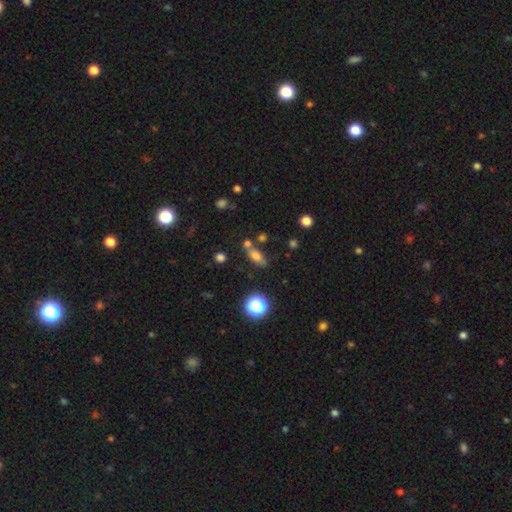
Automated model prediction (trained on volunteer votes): Smooth or featured?
  - smooth: 71% *
  - star or artifact: 15%
  - featured or disk: 14%
How rounded?
  - in between: 70% *
  - cigar-shaped: 18%
  - round: 12%
Merging?
  - none: 61% *
  - merger: 19%
  - minor disturbance: 14%
  - major disturbance: 5%